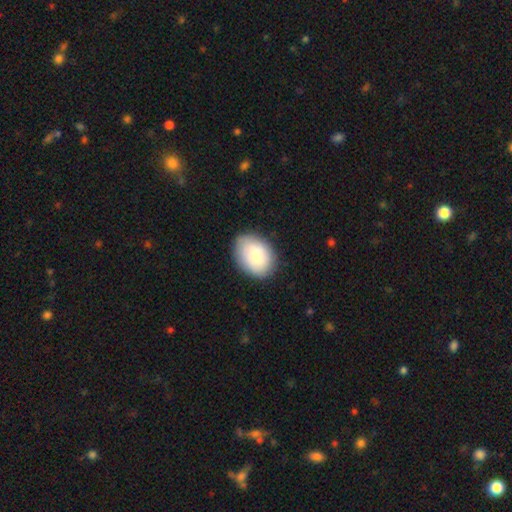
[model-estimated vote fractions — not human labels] Smooth or featured? smooth (83%)
How rounded? in between (74%)
Merging? none (81%)